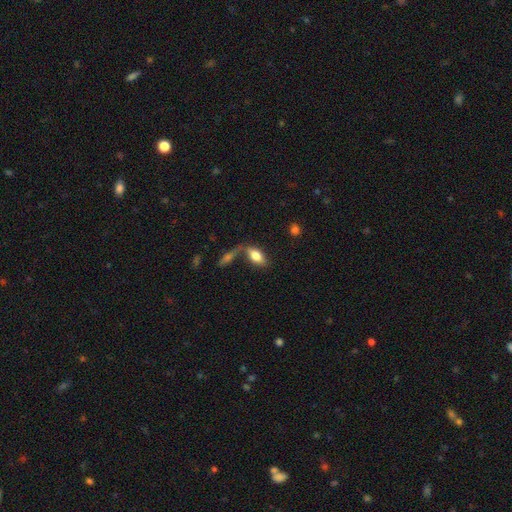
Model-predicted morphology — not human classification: A smooth galaxy with no disk features (74%) that is in between round and cigar-shaped (85%). Merging: none (48%).